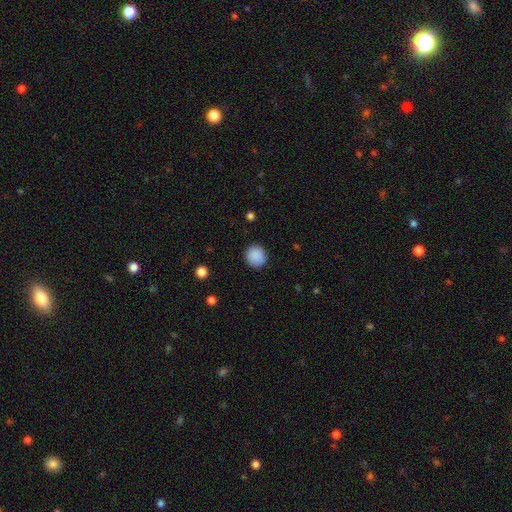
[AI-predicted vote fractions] Morphology: type=smooth (89%); roundness=round (91%); merging=none (90%).